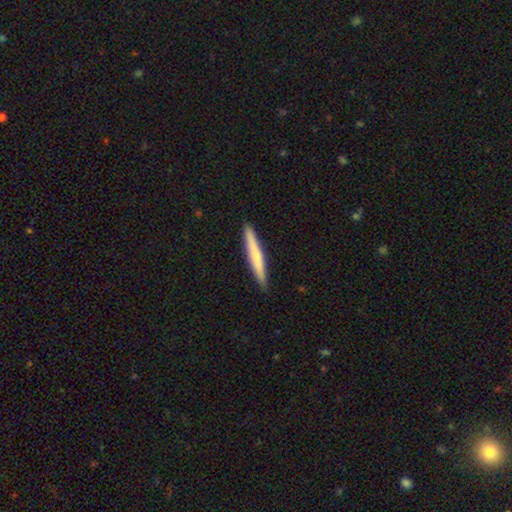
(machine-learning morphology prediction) A smooth galaxy with no disk features (61%) that is cigar-shaped (96%).

Vote fractions:
- Smooth or featured? smooth: 61% / featured or disk: 34% / star or artifact: 5%
- How rounded? cigar-shaped: 96% / in between: 3% / round: 1%
- Merging? none: 92% / minor disturbance: 6% / major disturbance: 1% / merger: 1%